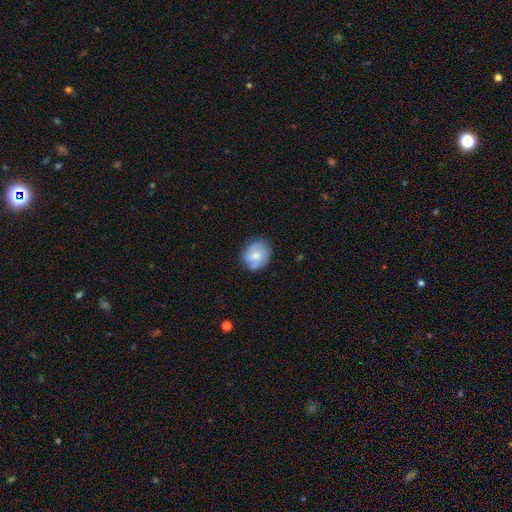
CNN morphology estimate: A smooth galaxy with no disk features (53%) that is round (65%).

Vote fractions:
- Smooth or featured? smooth: 53% / featured or disk: 40% / star or artifact: 7%
- How rounded? round: 65% / in between: 34% / cigar-shaped: 1%
- Merging? none: 72% / minor disturbance: 21% / major disturbance: 6% / merger: 1%